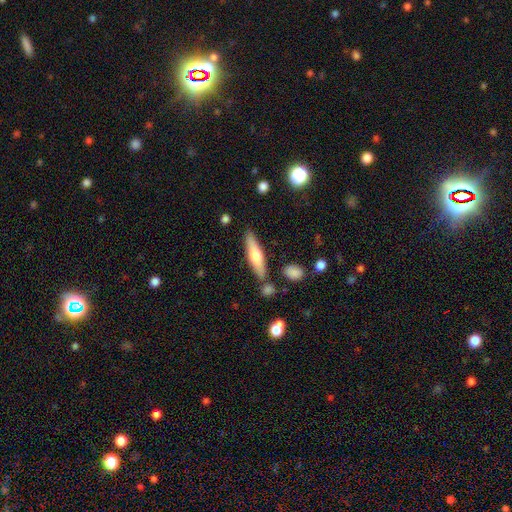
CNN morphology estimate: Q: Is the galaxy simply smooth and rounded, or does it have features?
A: smooth — 54%.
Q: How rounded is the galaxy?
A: cigar-shaped — 75%.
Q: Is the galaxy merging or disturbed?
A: none — 80%.